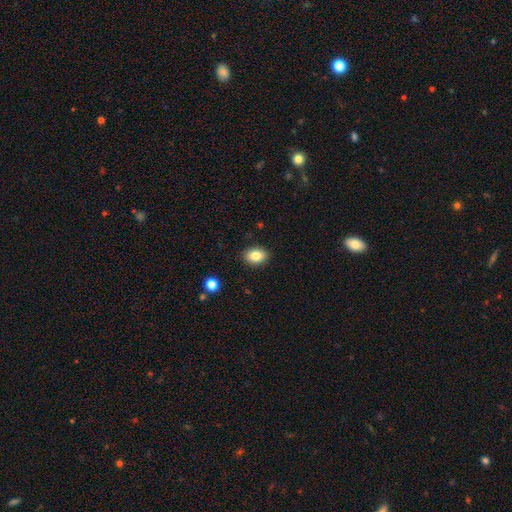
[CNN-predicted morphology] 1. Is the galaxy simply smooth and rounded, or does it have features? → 83% smooth, 9% star or artifact, 8% featured or disk.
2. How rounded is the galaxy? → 74% in between, 25% round, 1% cigar-shaped.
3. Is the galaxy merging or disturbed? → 89% none, 8% minor disturbance, 2% major disturbance, 1% merger.